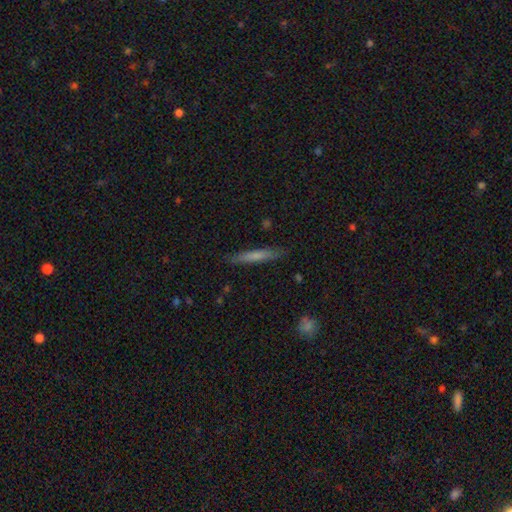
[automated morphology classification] smooth-or-featured: smooth: 65% | featured or disk: 29% | star or artifact: 6%
  how-rounded: cigar-shaped: 94% | in between: 5% | round: 1%
  merging: none: 86% | minor disturbance: 10% | major disturbance: 2% | merger: 1%